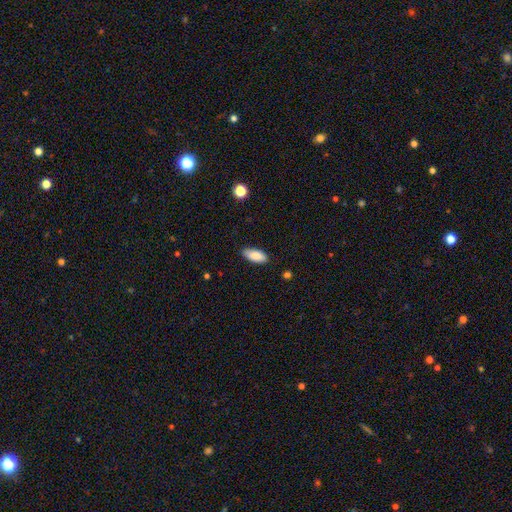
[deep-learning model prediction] Morphology: type=smooth (87%); roundness=in between (86%); merging=none (82%).